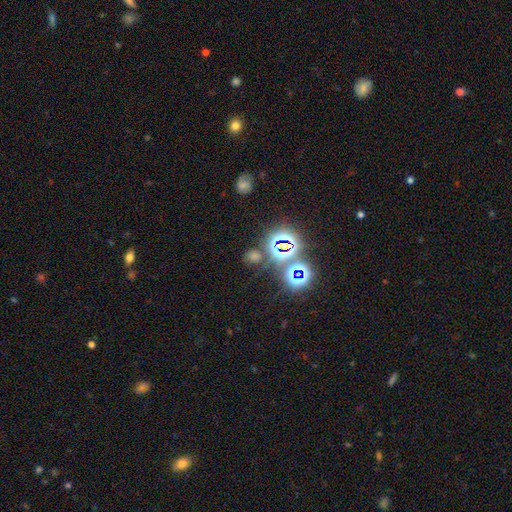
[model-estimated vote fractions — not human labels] A star or artifact, not a galaxy (72%).

Vote fractions:
- Smooth or featured? star or artifact: 72% / smooth: 20% / featured or disk: 9%